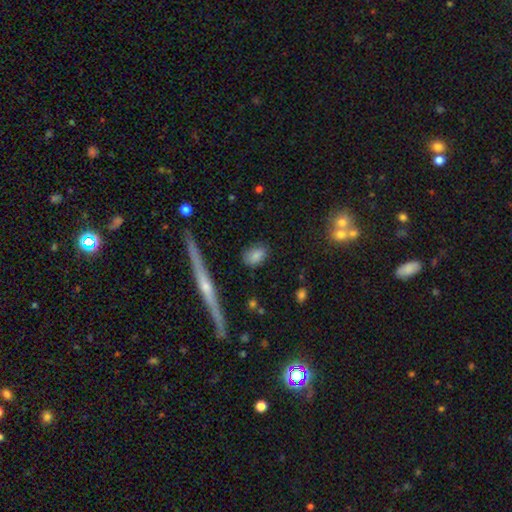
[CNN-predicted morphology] A smooth galaxy with no disk features (82%) that is in between round and cigar-shaped (83%). Merging: none (78%).